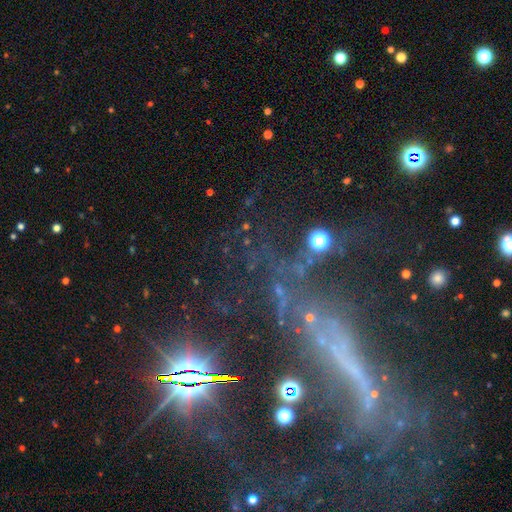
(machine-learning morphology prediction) A star or artifact, not a galaxy (56%).